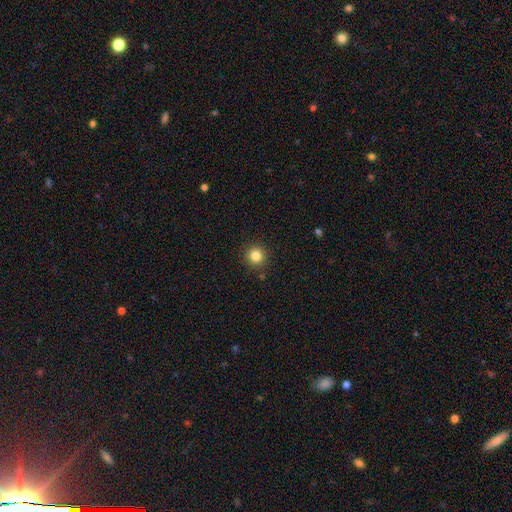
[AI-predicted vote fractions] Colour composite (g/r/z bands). It shows a smooth galaxy with no disk features (83%) that is round (93%). Merging: none (90%).